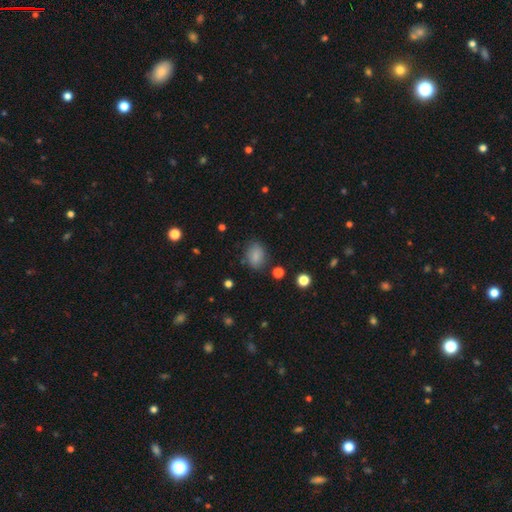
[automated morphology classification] Overall: smooth (83%). How rounded: in between (70%). Merging: none (78%).